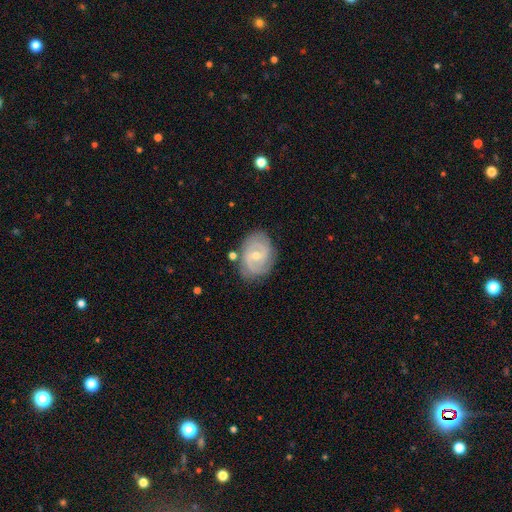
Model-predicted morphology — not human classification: Smooth or featured? Predicted: featured or disk (p=0.81). Edge-on disk? Predicted: no (p=0.97). Bar? Predicted: weak (p=0.45, tied with no). Spiral arms? Predicted: yes (p=0.92). Spiral winding? Predicted: tight (p=0.48). Spiral arm count? Predicted: 2 (p=0.67). Bulge size? Predicted: small (p=0.50). Merging? Predicted: none (p=0.76).